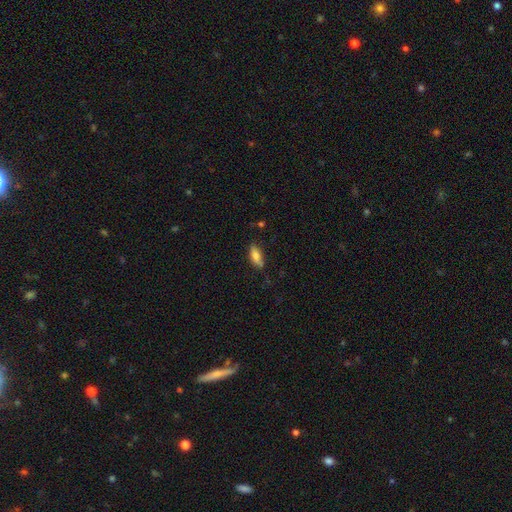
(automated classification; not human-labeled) smooth 76%, featured or disk 17%, star or artifact 7%. Down the decision tree: how rounded — in between (73%); merging — none (78%).